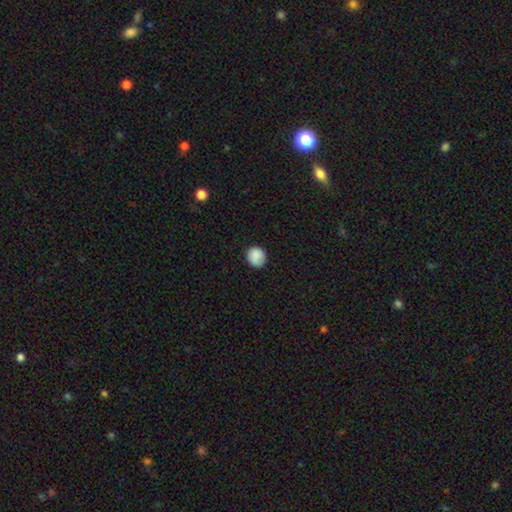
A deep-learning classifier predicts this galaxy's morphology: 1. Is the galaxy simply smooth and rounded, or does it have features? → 86% smooth, 8% star or artifact, 6% featured or disk.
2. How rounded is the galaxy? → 87% round, 12% in between, 1% cigar-shaped.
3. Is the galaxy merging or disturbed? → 81% none, 15% minor disturbance, 3% major disturbance, 1% merger.